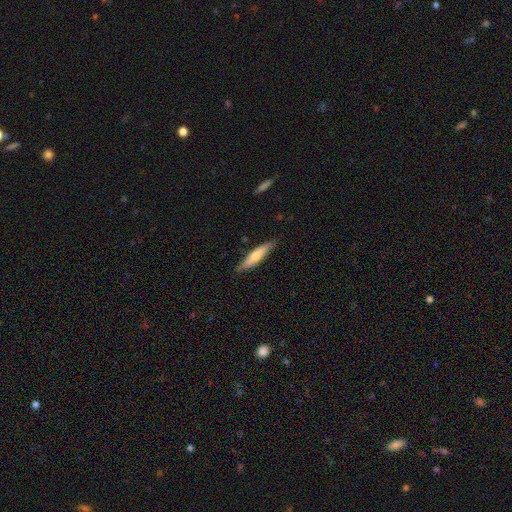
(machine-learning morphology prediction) type=smooth (61%); roundness=cigar-shaped (82%); merging=none (84%).